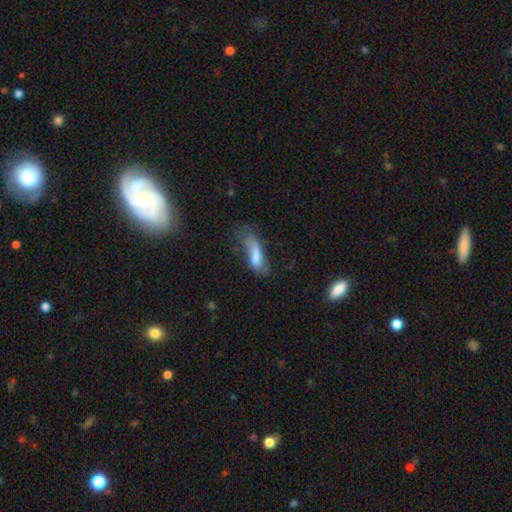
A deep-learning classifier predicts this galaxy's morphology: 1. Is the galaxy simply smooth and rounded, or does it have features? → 59% smooth, 30% featured or disk, 12% star or artifact.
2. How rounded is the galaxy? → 51% in between, 46% cigar-shaped, 3% round.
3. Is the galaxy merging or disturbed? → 38% none, 29% minor disturbance, 27% major disturbance, 6% merger.